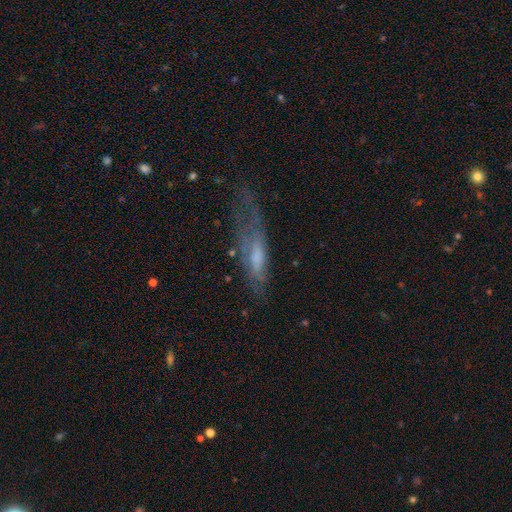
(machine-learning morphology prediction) smooth_or_featured: featured or disk (p=0.49) [alt: smooth p=0.40]
merging: none (p=0.40) [alt: major disturbance p=0.30]